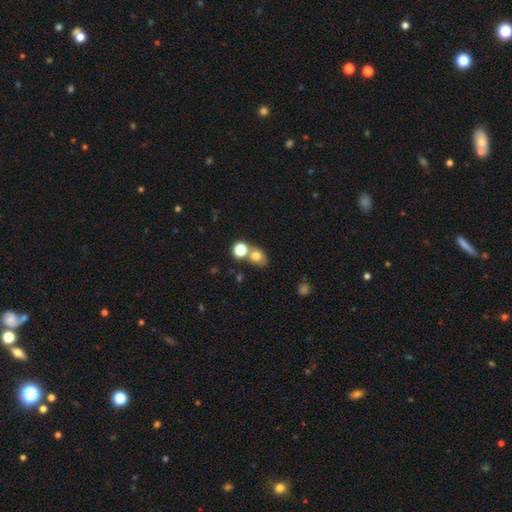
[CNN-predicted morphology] smooth 74%, star or artifact 13%, featured or disk 12%. Down the decision tree: how rounded — round (50%); merging — none (48%).